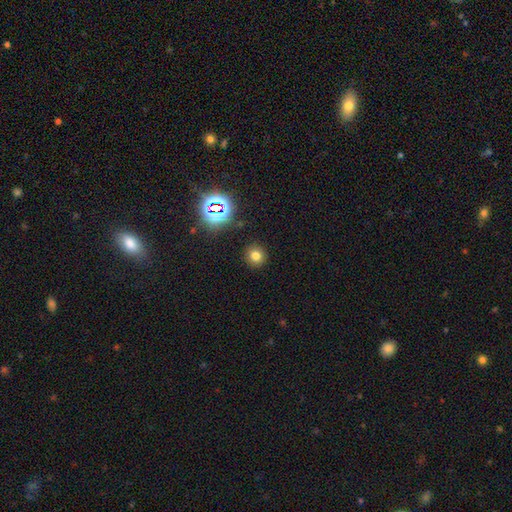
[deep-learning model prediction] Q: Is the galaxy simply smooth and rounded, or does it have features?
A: smooth — 72%.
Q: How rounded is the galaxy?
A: round — 91%.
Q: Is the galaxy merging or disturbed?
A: none — 90%.